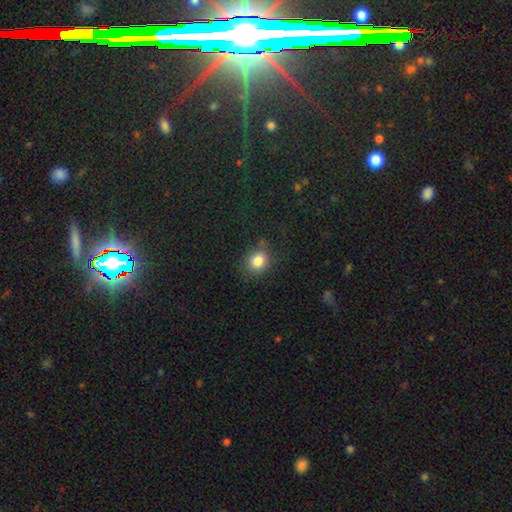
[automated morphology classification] Q: Smooth or featured?
A: star or artifact (70%); runner-up: smooth (16%)